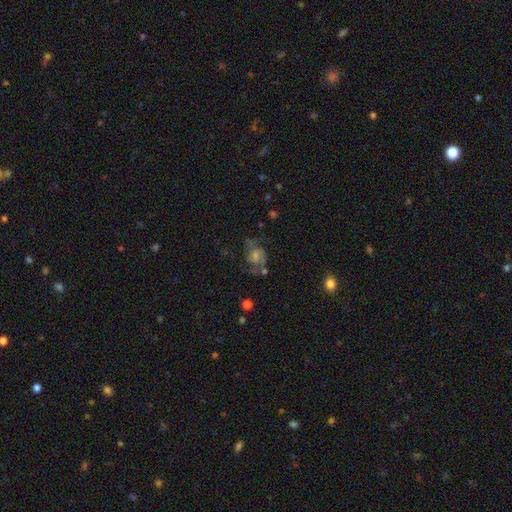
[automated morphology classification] A featured or disk galaxy (64%) with no bar (63%), 2 (65%) medium (51%) spiral arms (82%) and a moderate central bulge (44%).

Vote fractions:
- Smooth or featured? featured or disk: 64% / smooth: 19% / star or artifact: 17%
- Edge-on disk? no: 97% / yes: 3%
- Bar? no: 63% / weak: 31% / strong: 6%
- Spiral arms? yes: 82% / no: 18%
- Spiral winding? medium: 51% / tight: 26% / loose: 23%
- Spiral arm count? 2: 65% / can't tell: 19% / 3: 6% / 1: 5% / 4: 2% / more than 4: 2%
- Bulge size? moderate: 44% / small: 38% / none: 9% / large: 8% / dominant: 2%
- Merging? none: 59% / minor disturbance: 19% / major disturbance: 17% / merger: 5%